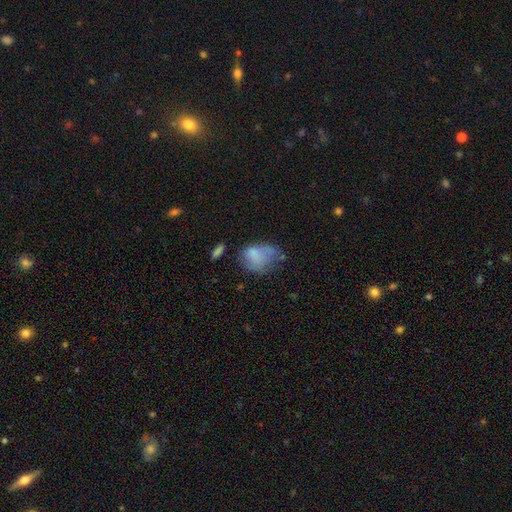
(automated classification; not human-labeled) smooth_or_featured: smooth (p=0.71) [alt: featured or disk p=0.19]
how_rounded: in between (p=0.70) [alt: round p=0.29]
merging: minor disturbance (p=0.32) [alt: none p=0.31]